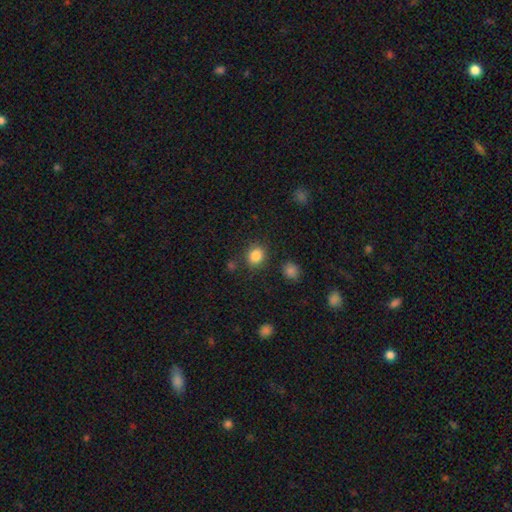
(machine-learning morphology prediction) This is clearly a smooth galaxy (85%). How rounded: likely round (72%). Merging: clearly none (83%).